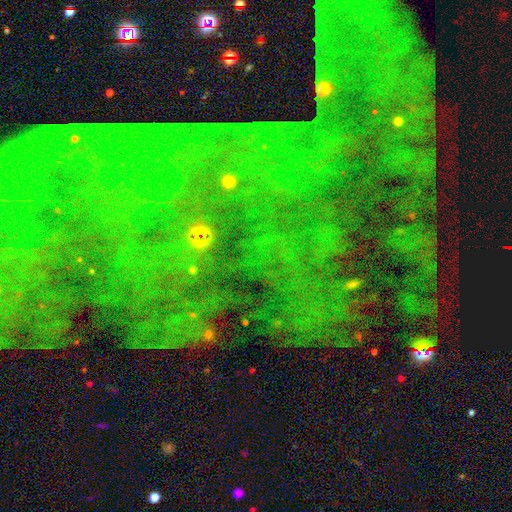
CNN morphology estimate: Smooth or featured? Predicted: star or artifact (p=0.80).